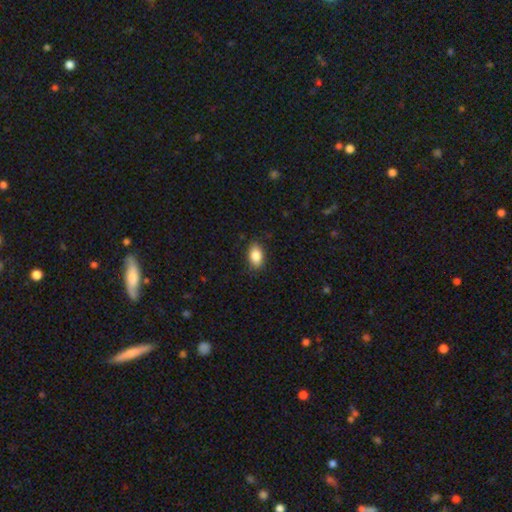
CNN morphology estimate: A smooth galaxy with no disk features (86%) that is in between round and cigar-shaped (89%). Merging: none (86%).